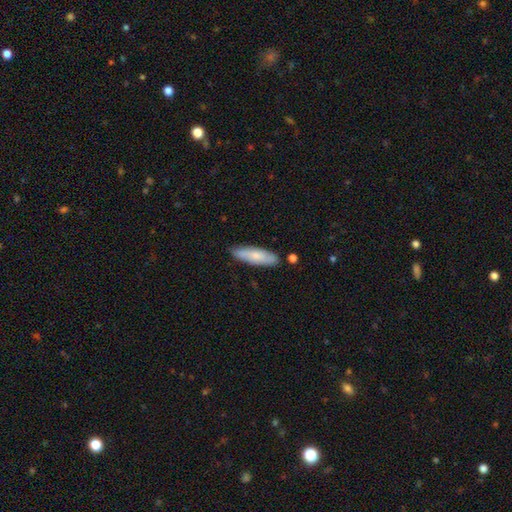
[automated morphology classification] Smooth or featured? smooth (71%)
How rounded? cigar-shaped (57%)
Merging? none (82%)